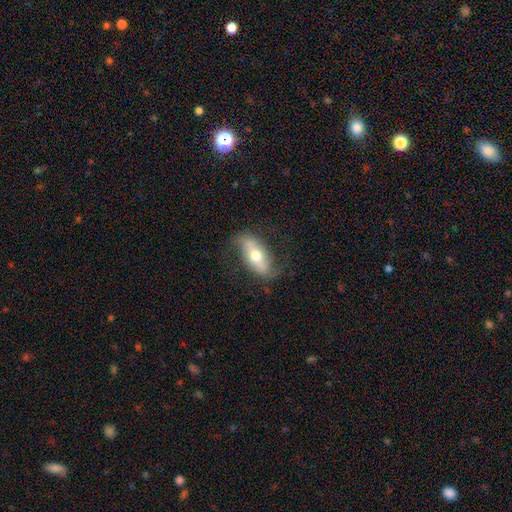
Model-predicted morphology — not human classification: The model was most divided on "smooth or featured": featured or disk: 58%, smooth: 36%, star or artifact: 7%. More confident: edge-on disk — no (80%); merging — none (73%).